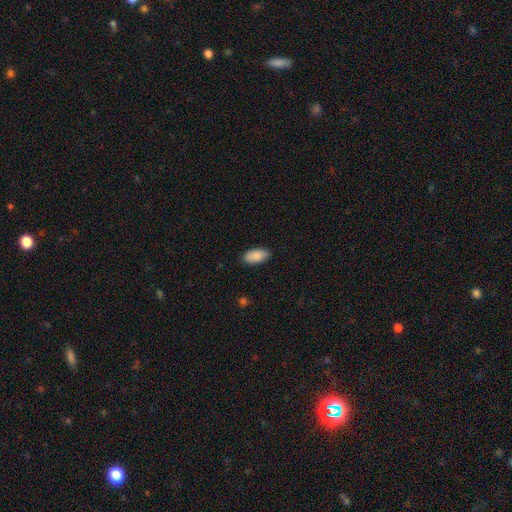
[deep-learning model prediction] smooth 89%, star or artifact 6%, featured or disk 5%. Down the decision tree: how rounded — in between (94%); merging — none (88%).